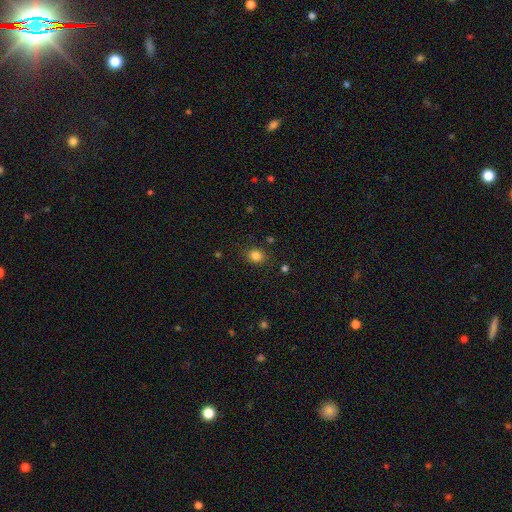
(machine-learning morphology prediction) Q: Smooth or featured?
A: smooth (83%); runner-up: star or artifact (12%)
Q: How rounded?
A: round (54%); runner-up: in between (45%)
Q: Merging?
A: none (85%); runner-up: minor disturbance (10%)